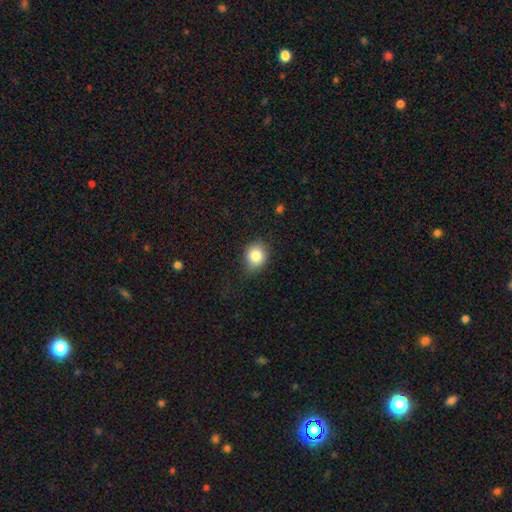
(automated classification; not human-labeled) A smooth galaxy with no disk features (83%) that is round (70%). Merging: none (74%).